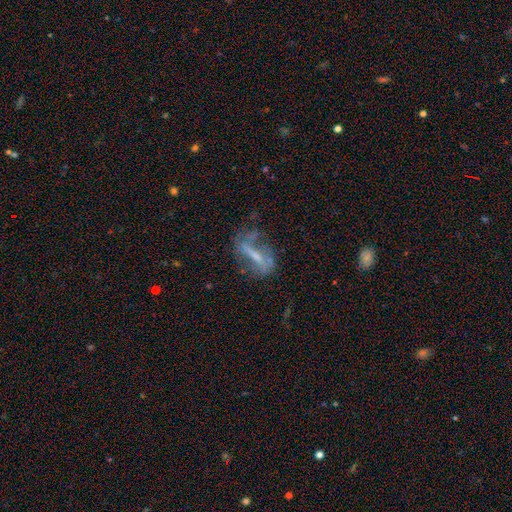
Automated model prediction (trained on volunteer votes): featured or disk 64%, smooth 25%, star or artifact 11%. Down the decision tree: edge-on disk — no (76%); merging — none (50%).